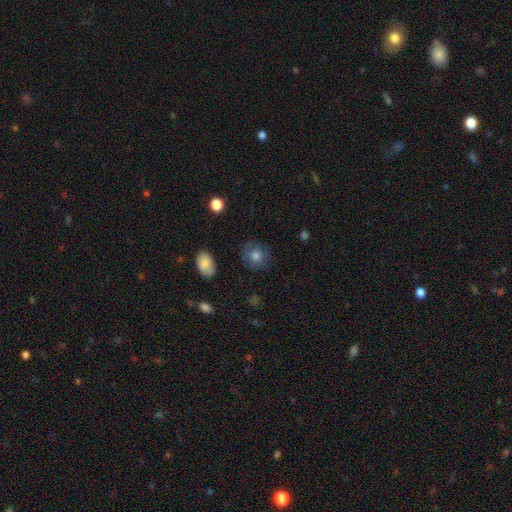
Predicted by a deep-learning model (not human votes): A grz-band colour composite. It shows a smooth galaxy with no disk features (76%) that is round (82%). Merging: none (79%).